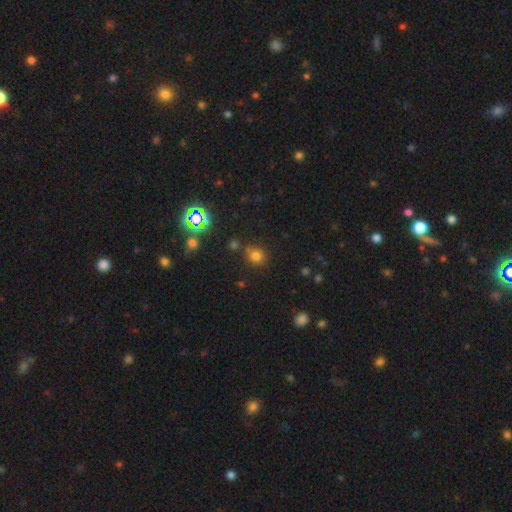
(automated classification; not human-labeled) Morphology: type=smooth (72%); roundness=round (81%); merging=none (75%).